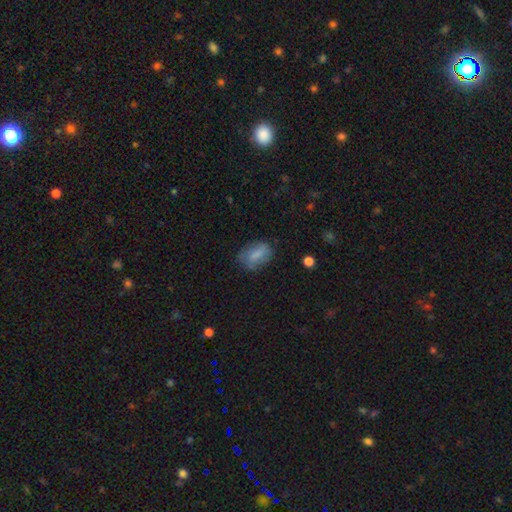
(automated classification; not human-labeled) Morphology: type=smooth (73%); roundness=in between (86%); merging=none (68%).